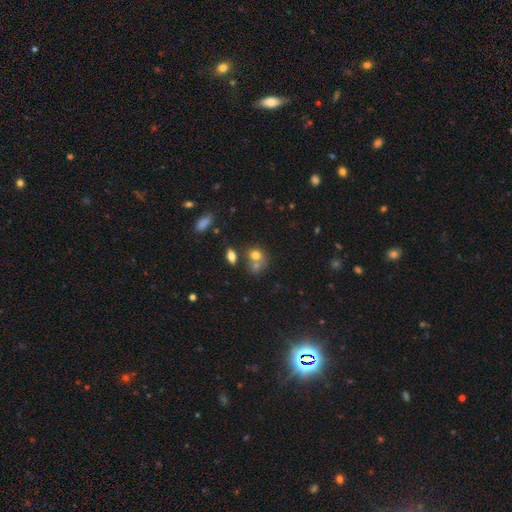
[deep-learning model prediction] Morphology: type=smooth (71%); roundness=round (53%); merging=merger (47%).